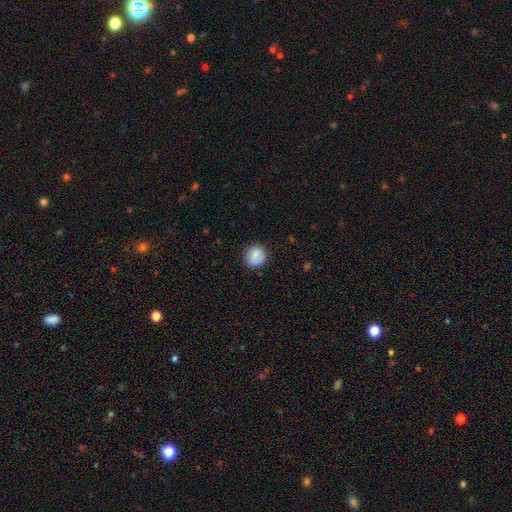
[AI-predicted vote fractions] Q: Smooth or featured?
A: smooth (83%); runner-up: featured or disk (9%)
Q: How rounded?
A: round (83%); runner-up: in between (16%)
Q: Merging?
A: none (83%); runner-up: minor disturbance (13%)